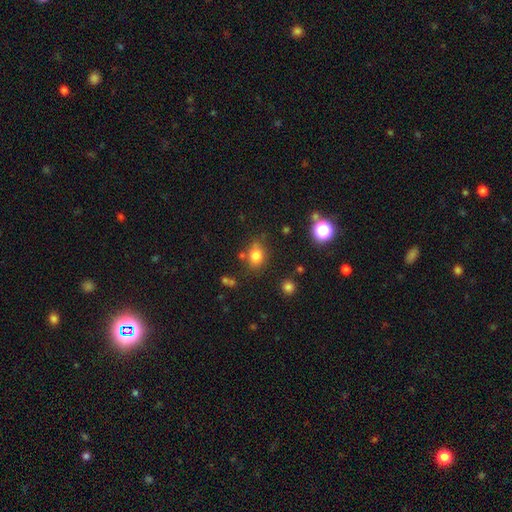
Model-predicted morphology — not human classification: A smooth galaxy with no disk features (80%) that is round (51%).

Vote fractions:
- Smooth or featured? smooth: 80% / star or artifact: 13% / featured or disk: 8%
- How rounded? round: 51% / in between: 48% / cigar-shaped: 1%
- Merging? none: 69% / minor disturbance: 18% / merger: 8% / major disturbance: 5%